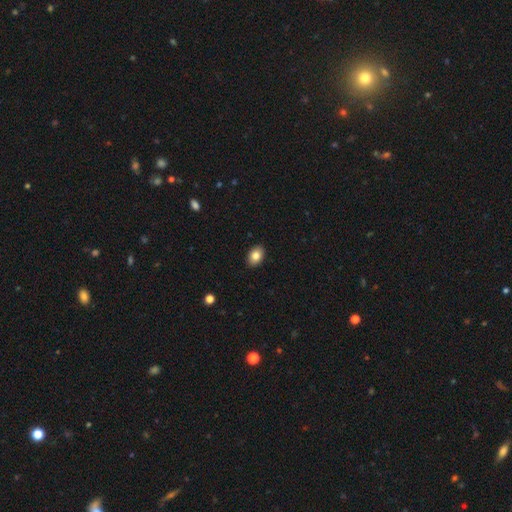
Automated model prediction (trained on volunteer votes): Q: Smooth or featured?
A: smooth (83%); runner-up: featured or disk (9%)
Q: How rounded?
A: in between (84%); runner-up: round (15%)
Q: Merging?
A: none (90%); runner-up: minor disturbance (7%)